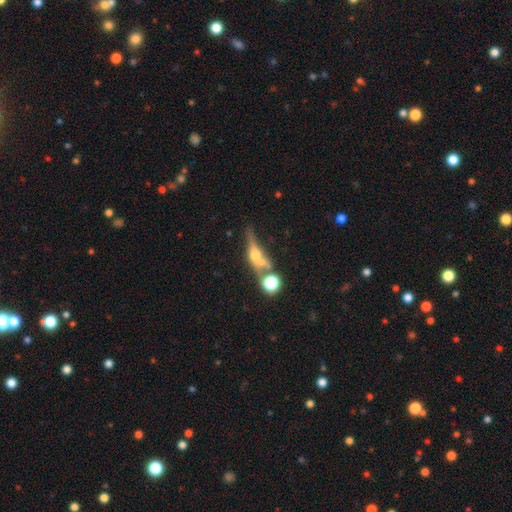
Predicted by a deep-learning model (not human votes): Q: Smooth or featured?
A: featured or disk (60%); runner-up: smooth (28%)
Q: Edge-on disk?
A: yes (82%); runner-up: no (18%)
Q: Merging?
A: none (48%); runner-up: merger (28%)